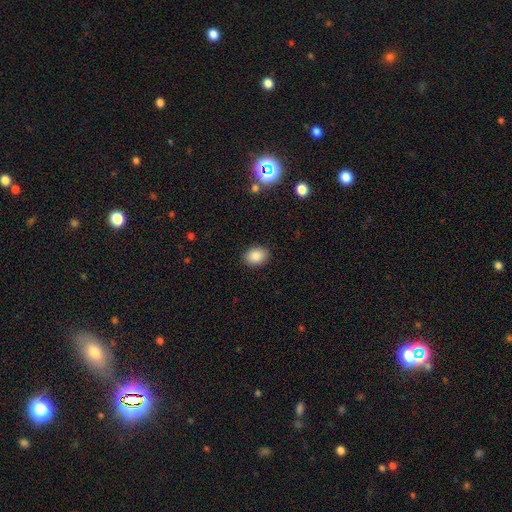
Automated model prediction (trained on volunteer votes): The model was most divided on "how rounded": in between: 71%, round: 28%, cigar-shaped: 1%. More confident: merging — none (89%); smooth or featured — smooth (87%).